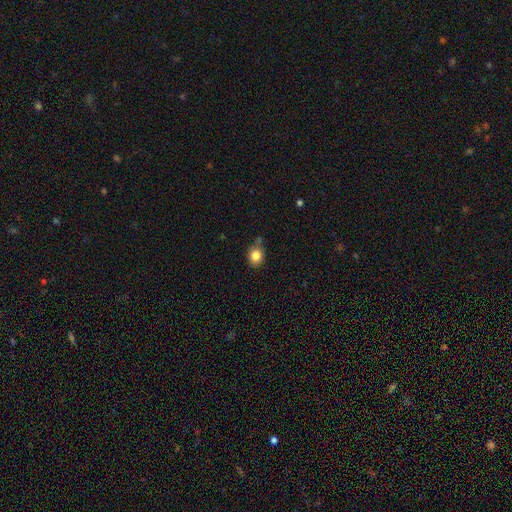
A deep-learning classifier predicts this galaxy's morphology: Overall: smooth (84%). How rounded: round (57%; in between 42%). Merging: none (72%).